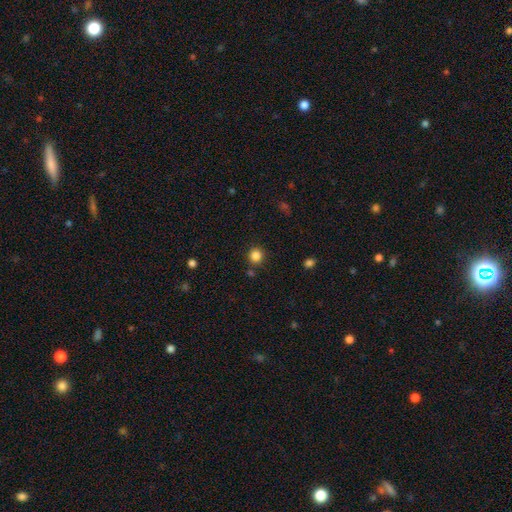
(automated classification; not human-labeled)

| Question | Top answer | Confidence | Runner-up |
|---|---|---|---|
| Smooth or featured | smooth | 84% | star or artifact (12%) |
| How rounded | round | 93% | in between (6%) |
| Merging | none | 87% | minor disturbance (7%) |